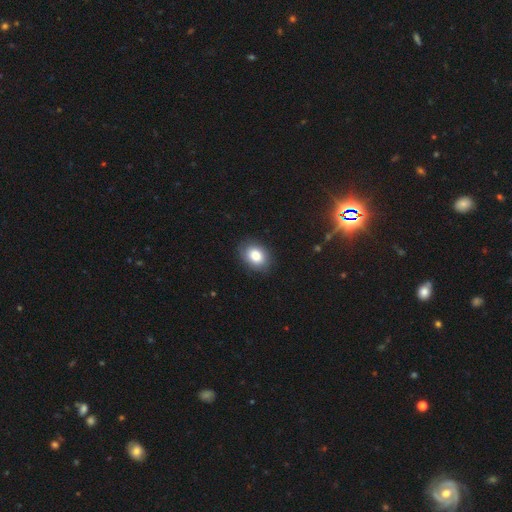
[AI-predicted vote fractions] smooth_or_featured: smooth (p=0.83) [alt: featured or disk p=0.09]
how_rounded: in between (p=0.71) [alt: round p=0.28]
merging: none (p=0.84) [alt: minor disturbance p=0.12]